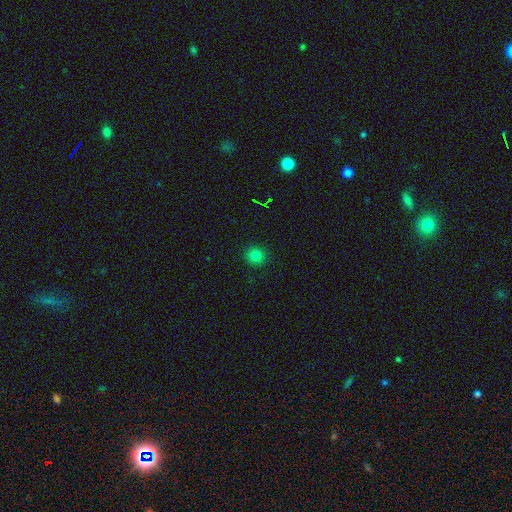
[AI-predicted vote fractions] Smooth or featured: smooth — 80% (star or artifact — 15%)
How rounded: round — 93% (in between — 6%)
Merging: none — 92% (minor disturbance — 5%)